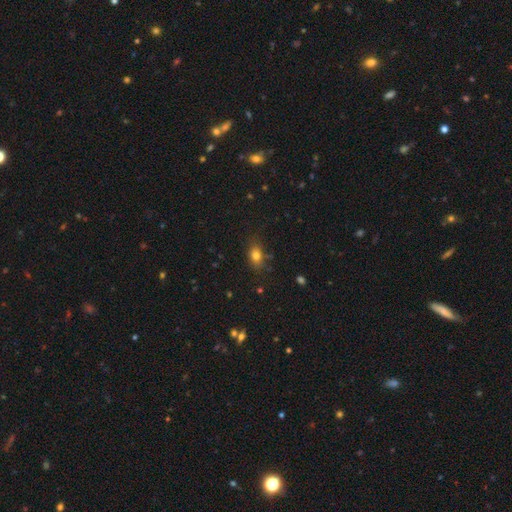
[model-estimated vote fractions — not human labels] smooth-or-featured: smooth: 79% | star or artifact: 12% | featured or disk: 9%
  how-rounded: in between: 71% | round: 26% | cigar-shaped: 3%
  merging: none: 75% | minor disturbance: 18% | major disturbance: 5% | merger: 3%